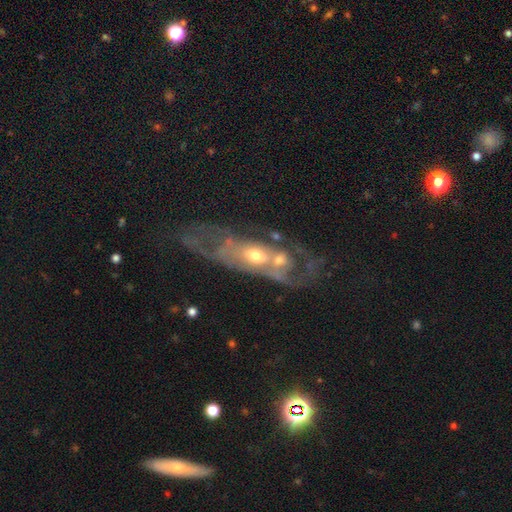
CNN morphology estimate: The model was most divided on "merging": none: 37%, merger: 25%, major disturbance: 21%, minor disturbance: 17%. More confident: edge-on disk — no (85%); bar — no (75%); smooth or featured — featured or disk (74%); bulge size — moderate (65%); spiral arms — yes (57%).